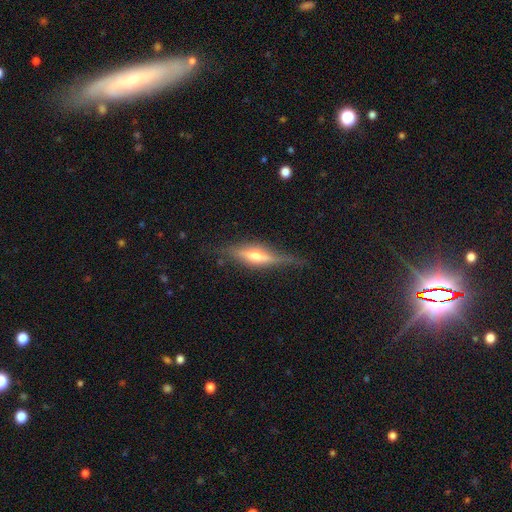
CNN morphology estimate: A featured or disk galaxy (67%) viewed edge-on (94%) with a rounded central bulge (88%).

Vote fractions:
- Smooth or featured? featured or disk: 67% / smooth: 27% / star or artifact: 7%
- Edge-on disk? yes: 94% / no: 6%
- Edge-on bulge? rounded: 88% / boxy: 7% / none: 4%
- Merging? none: 75% / minor disturbance: 18% / major disturbance: 6% / merger: 2%